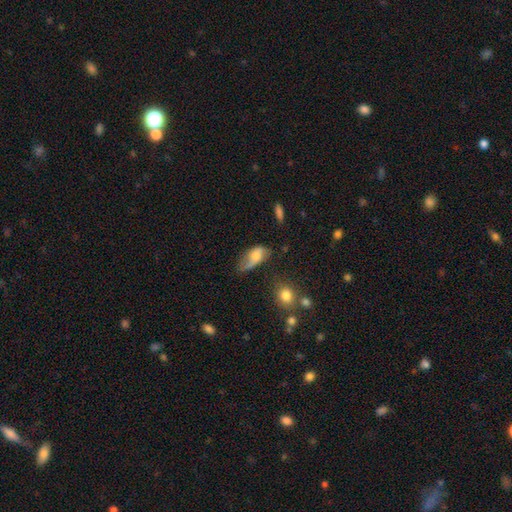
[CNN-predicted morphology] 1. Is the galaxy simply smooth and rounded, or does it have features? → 59% smooth, 33% featured or disk, 9% star or artifact.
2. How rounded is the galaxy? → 86% in between, 8% cigar-shaped, 5% round.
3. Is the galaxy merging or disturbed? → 37% minor disturbance, 34% none, 24% major disturbance, 5% merger.